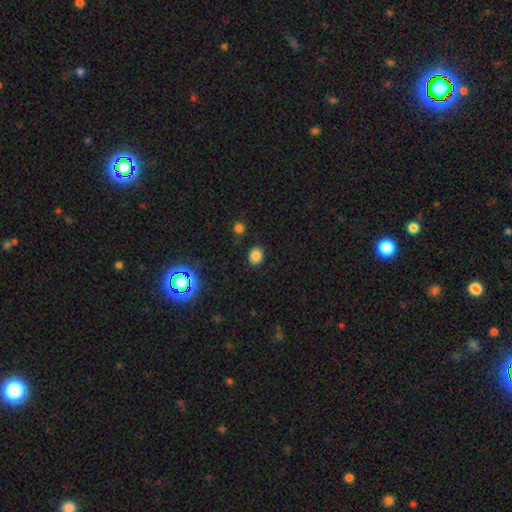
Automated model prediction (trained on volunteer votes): Morphology: type=smooth (79%); roundness=round (55%); merging=none (87%).